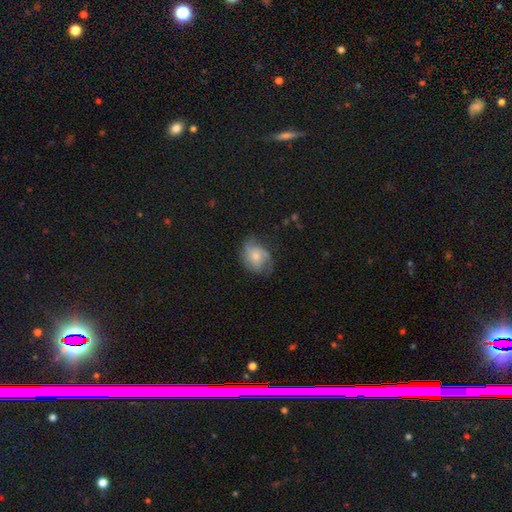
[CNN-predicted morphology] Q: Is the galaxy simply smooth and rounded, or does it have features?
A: featured or disk — 56%.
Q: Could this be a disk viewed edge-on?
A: no — 97%.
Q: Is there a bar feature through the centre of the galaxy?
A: no — 75%.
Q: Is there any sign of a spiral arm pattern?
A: yes — 85%.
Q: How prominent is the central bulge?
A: small — 44%.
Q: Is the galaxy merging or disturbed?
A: none — 55%.